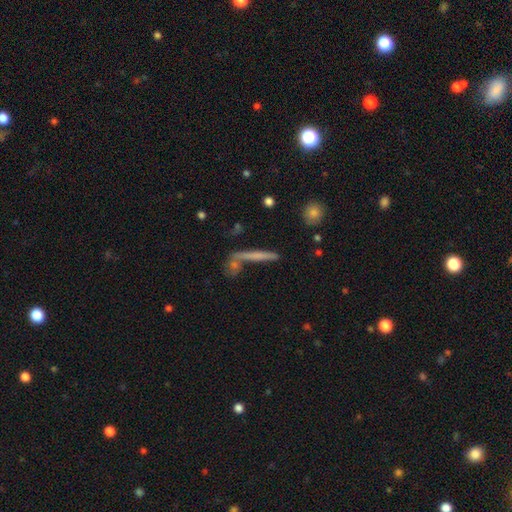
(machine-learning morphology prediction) A smooth galaxy with no disk features (49%). Merging: none (68%).